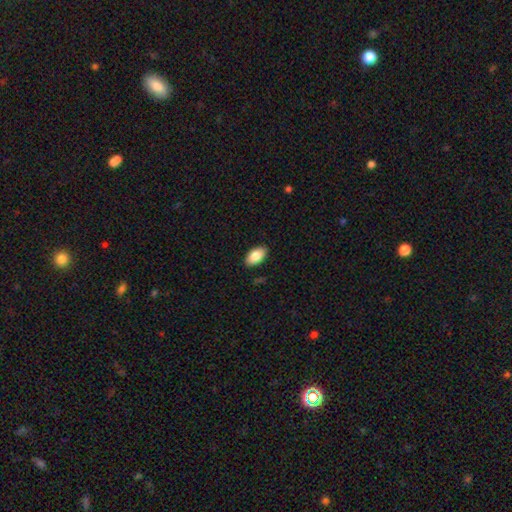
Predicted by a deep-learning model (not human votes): A smooth galaxy with no disk features (86%) that is in between round and cigar-shaped (94%). Merging: none (88%).